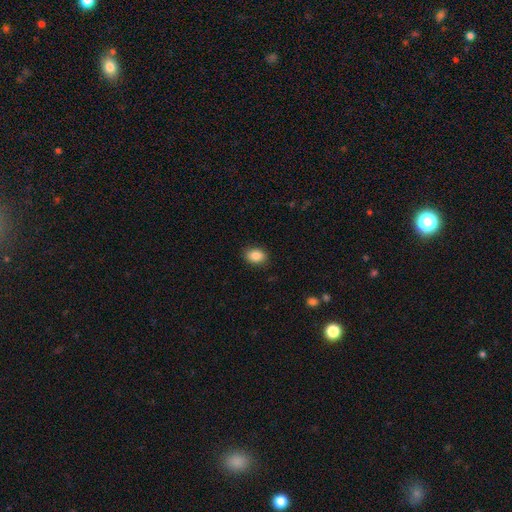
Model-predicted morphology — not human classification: The model was most divided on "how rounded": in between: 75%, round: 24%, cigar-shaped: 1%. More confident: merging — none (88%); smooth or featured — smooth (87%).